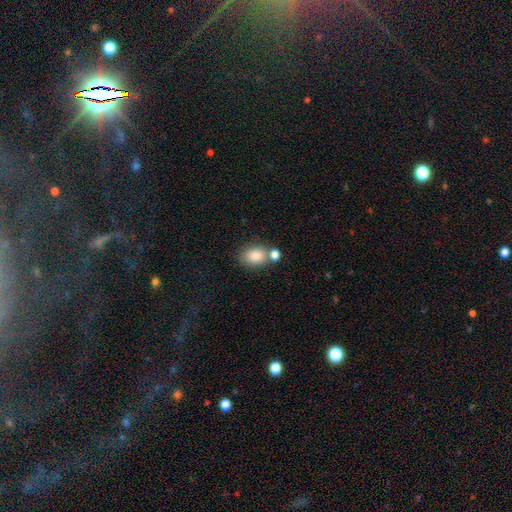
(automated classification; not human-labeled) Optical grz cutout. It shows a smooth galaxy with no disk features (84%) that is in between round and cigar-shaped (67%). Merging: none (54%).